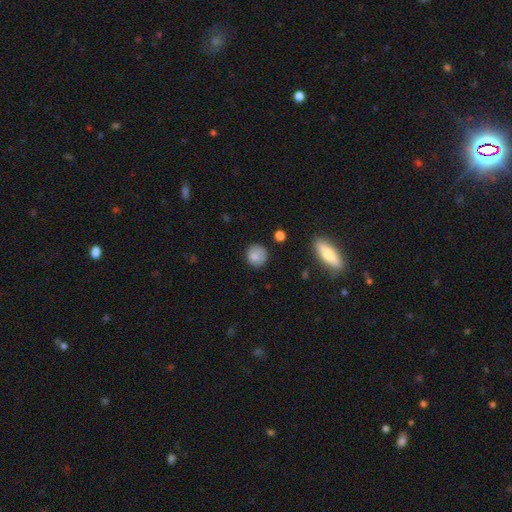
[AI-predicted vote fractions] Q: Smooth or featured?
A: smooth (81%); runner-up: featured or disk (10%)
Q: How rounded?
A: round (87%); runner-up: in between (12%)
Q: Merging?
A: none (76%); runner-up: minor disturbance (18%)